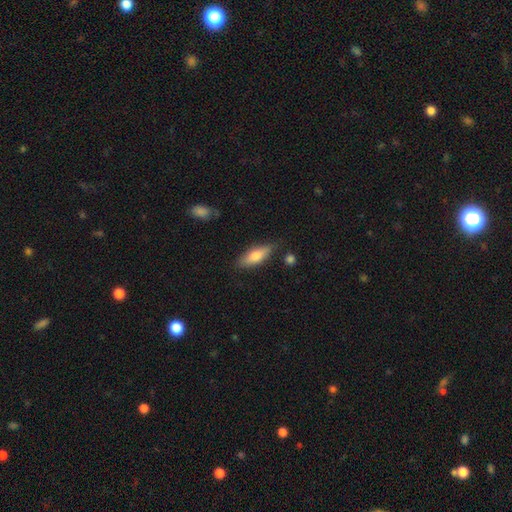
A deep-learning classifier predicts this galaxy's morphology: Smooth or featured: smooth — 67% (featured or disk — 26%)
How rounded: in between — 59% (cigar-shaped — 39%)
Merging: none — 79% (minor disturbance — 15%)